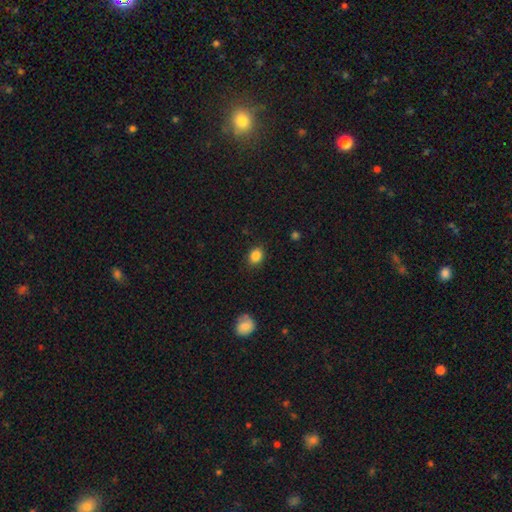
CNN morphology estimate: type=smooth (85%); roundness=round (52%); merging=none (87%).